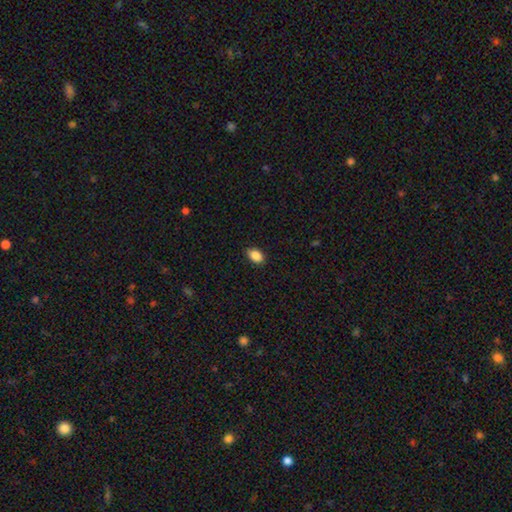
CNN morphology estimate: Q: Smooth or featured?
A: smooth (89%); runner-up: star or artifact (8%)
Q: How rounded?
A: in between (88%); runner-up: round (11%)
Q: Merging?
A: none (87%); runner-up: minor disturbance (10%)